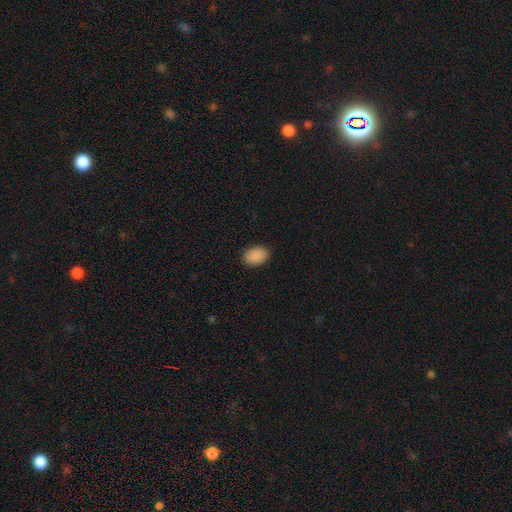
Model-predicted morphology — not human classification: Smooth or featured? smooth (90%)
How rounded? in between (80%)
Merging? none (89%)